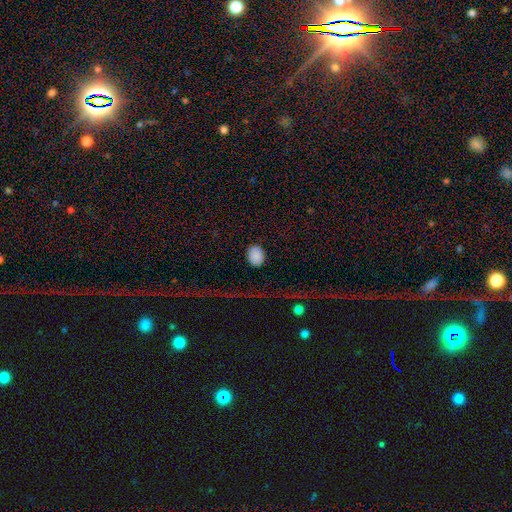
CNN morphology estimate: A smooth galaxy with no disk features (86%) that is round (51%). Merging: none (88%).